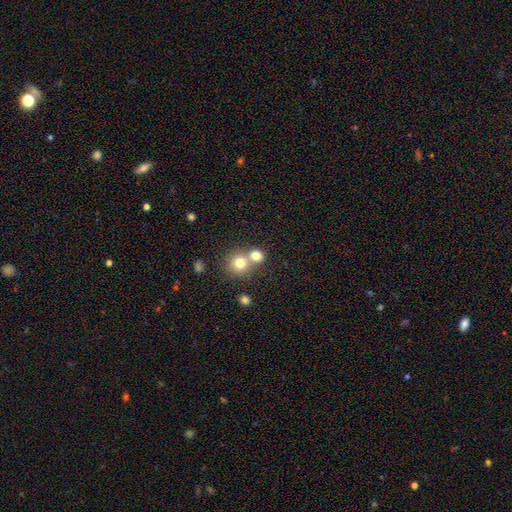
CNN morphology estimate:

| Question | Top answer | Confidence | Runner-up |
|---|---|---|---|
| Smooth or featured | smooth | 77% | star or artifact (12%) |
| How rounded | round | 82% | in between (17%) |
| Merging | merger | 47% | none (44%) |